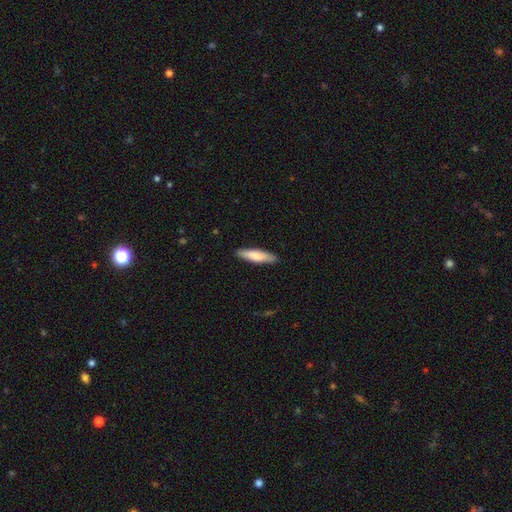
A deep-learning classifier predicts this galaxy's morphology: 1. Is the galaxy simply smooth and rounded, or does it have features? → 77% smooth, 18% featured or disk, 5% star or artifact.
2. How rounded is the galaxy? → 75% cigar-shaped, 24% in between, 1% round.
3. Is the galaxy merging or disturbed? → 88% none, 9% minor disturbance, 2% major disturbance, 1% merger.